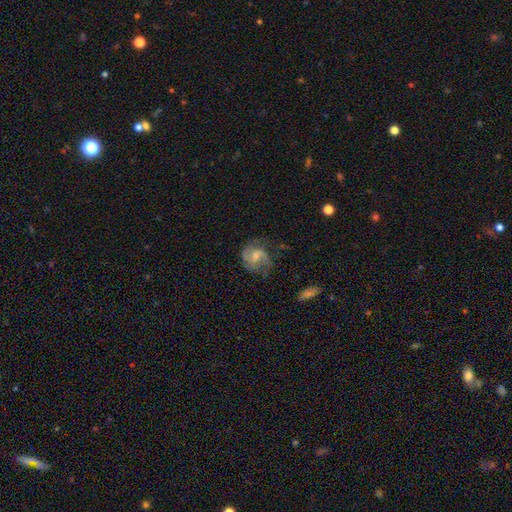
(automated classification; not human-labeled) Smooth or featured: featured or disk — 77% (smooth — 14%)
Edge-on disk: no — 98% (yes — 2%)
Bar: weak — 49% (no — 40%)
Spiral arms: yes — 94% (no — 6%)
Spiral winding: medium — 51% (tight — 27%)
Spiral arm count: 2 — 68% (can't tell — 12%)
Bulge size: moderate — 44% (small — 42%)
Merging: none — 66% (minor disturbance — 20%)